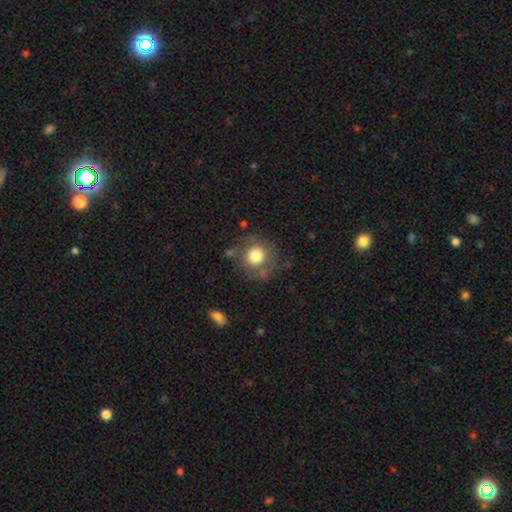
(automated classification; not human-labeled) smooth 78%, featured or disk 12%, star or artifact 10%. Down the decision tree: how rounded — round (90%); merging — none (74%).